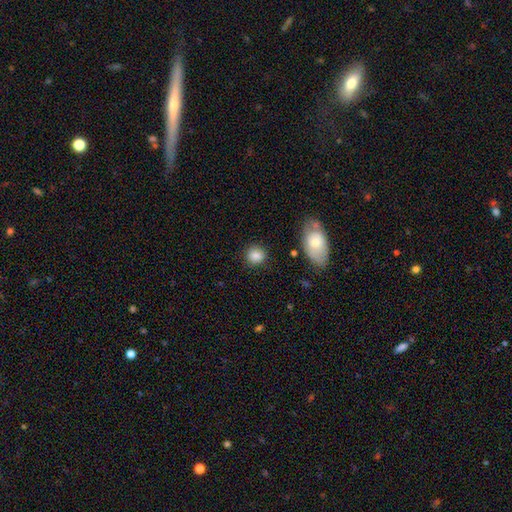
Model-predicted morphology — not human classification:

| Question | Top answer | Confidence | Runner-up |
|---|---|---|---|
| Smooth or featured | smooth | 86% | star or artifact (9%) |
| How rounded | round | 81% | in between (18%) |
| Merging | none | 84% | minor disturbance (10%) |